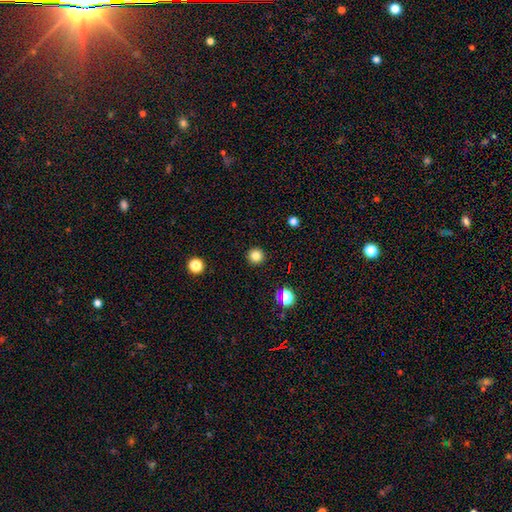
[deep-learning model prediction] Q: Smooth or featured?
A: smooth (82%); runner-up: star or artifact (14%)
Q: How rounded?
A: round (96%); runner-up: in between (3%)
Q: Merging?
A: none (93%); runner-up: minor disturbance (4%)